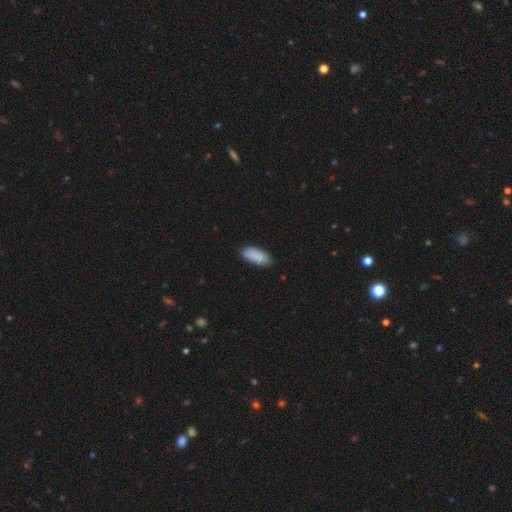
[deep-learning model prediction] Smooth or featured?
  - smooth: 90% *
  - star or artifact: 6%
  - featured or disk: 4%
How rounded?
  - in between: 85% *
  - cigar-shaped: 13%
  - round: 2%
Merging?
  - none: 85% *
  - minor disturbance: 12%
  - major disturbance: 2%
  - merger: 1%